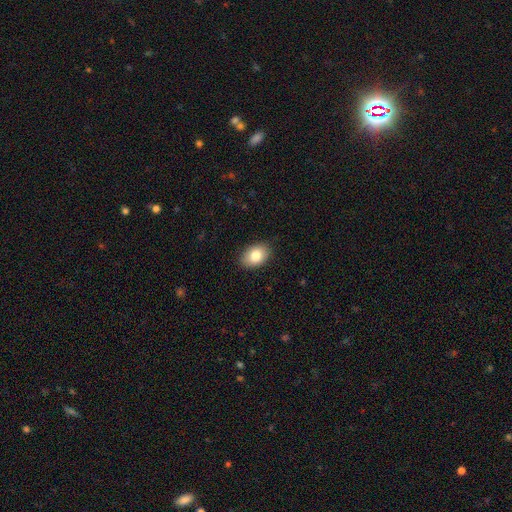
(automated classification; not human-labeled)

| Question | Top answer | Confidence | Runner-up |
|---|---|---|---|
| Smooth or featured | smooth | 84% | featured or disk (9%) |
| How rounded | in between | 88% | round (11%) |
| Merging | none | 87% | minor disturbance (10%) |